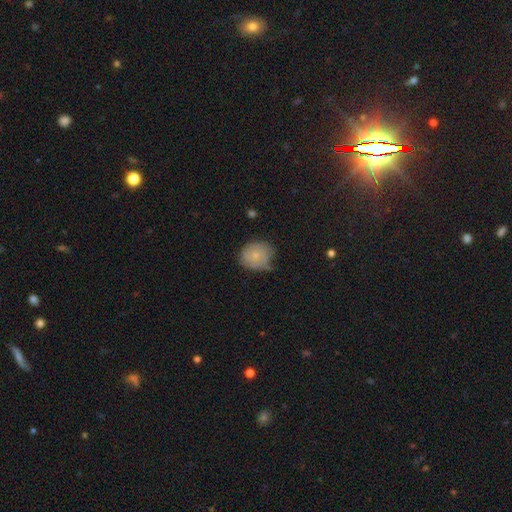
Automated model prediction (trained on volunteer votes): Smooth or featured?
  - smooth: 68% *
  - featured or disk: 23%
  - star or artifact: 8%
How rounded?
  - round: 74% *
  - in between: 25%
  - cigar-shaped: 1%
Merging?
  - none: 52% *
  - minor disturbance: 36%
  - major disturbance: 9%
  - merger: 4%